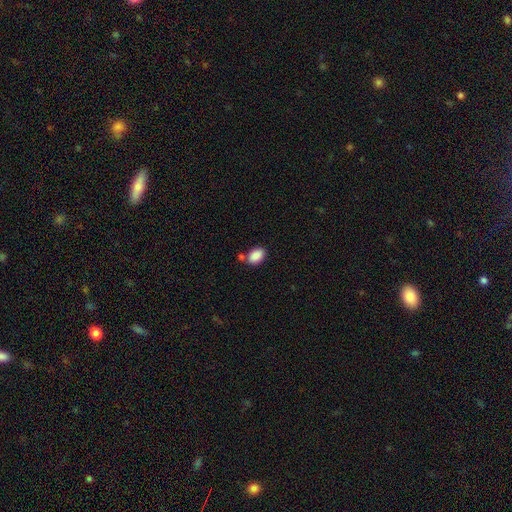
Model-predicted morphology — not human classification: The model was most divided on "merging": none: 67%, merger: 16%, minor disturbance: 13%, major disturbance: 4%. More confident: smooth or featured — smooth (89%); how rounded — in between (87%).